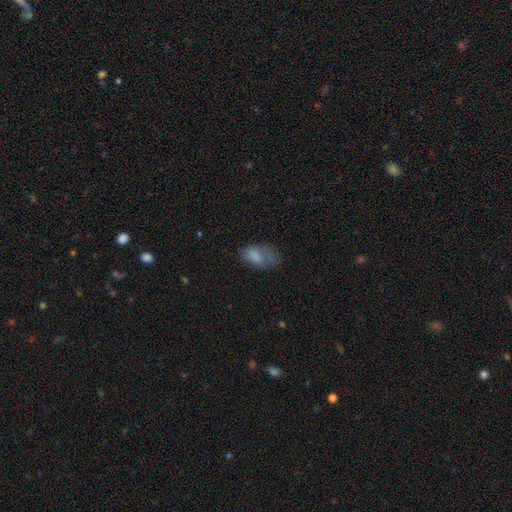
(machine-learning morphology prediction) The model was most divided on "merging" (2-way tie): none: 33%, major disturbance: 33%, minor disturbance: 30%, merger: 5%. More confident: how rounded — in between (90%); smooth or featured — smooth (72%).